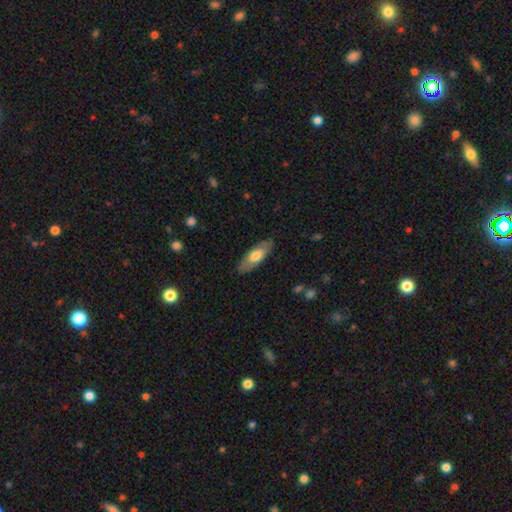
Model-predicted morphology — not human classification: A smooth galaxy with no disk features (65%) that is in between round and cigar-shaped (68%).

Vote fractions:
- Smooth or featured? smooth: 65% / featured or disk: 30% / star or artifact: 5%
- How rounded? in between: 68% / cigar-shaped: 30% / round: 2%
- Merging? none: 85% / minor disturbance: 11% / major disturbance: 2% / merger: 1%